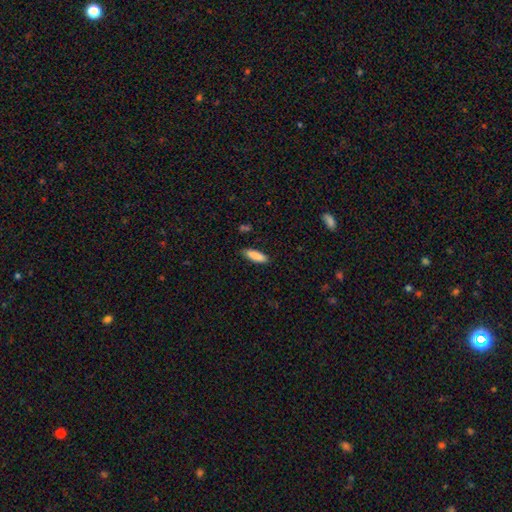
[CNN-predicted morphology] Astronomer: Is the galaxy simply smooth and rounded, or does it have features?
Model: smooth — 88%.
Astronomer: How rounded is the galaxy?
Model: cigar-shaped — 53% (runner-up: in between, 46%).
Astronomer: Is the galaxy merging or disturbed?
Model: none — 85%.